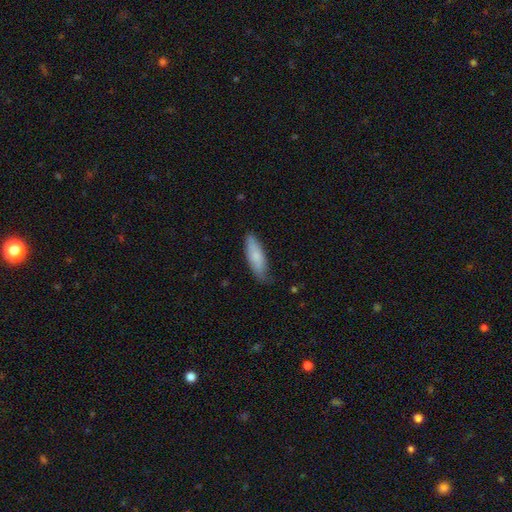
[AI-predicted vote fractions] A smooth galaxy with no disk features (78%) that is cigar-shaped (51%). Merging: none (73%).